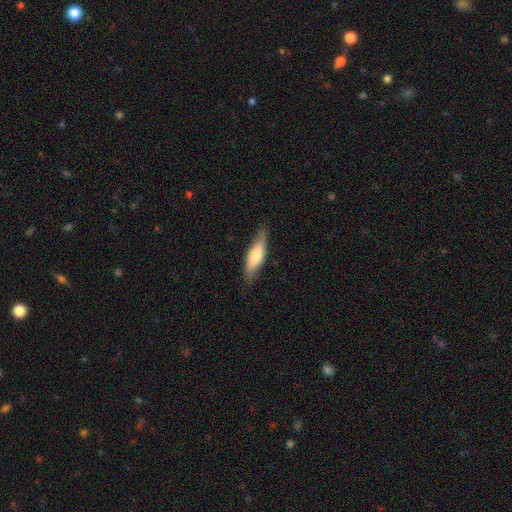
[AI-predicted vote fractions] A smooth galaxy with no disk features (59%) that is cigar-shaped (59%).

Vote fractions:
- Smooth or featured? smooth: 59% / featured or disk: 35% / star or artifact: 6%
- How rounded? cigar-shaped: 59% / in between: 39% / round: 2%
- Merging? none: 79% / minor disturbance: 17% / major disturbance: 3% / merger: 1%